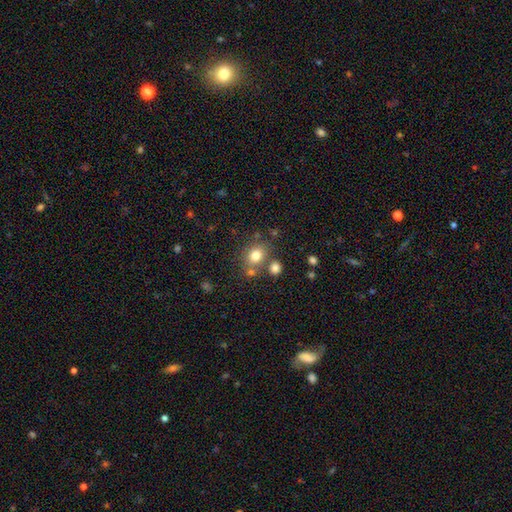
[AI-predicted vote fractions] Smooth or featured?
  - smooth: 78% *
  - star or artifact: 13%
  - featured or disk: 9%
How rounded?
  - round: 62% *
  - in between: 37%
  - cigar-shaped: 1%
Merging?
  - none: 68% *
  - merger: 16%
  - minor disturbance: 12%
  - major disturbance: 4%